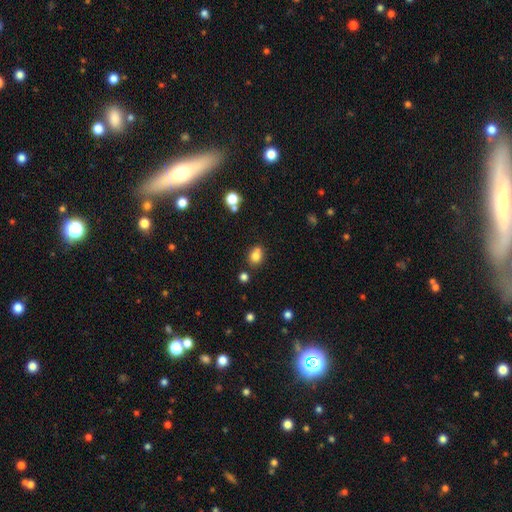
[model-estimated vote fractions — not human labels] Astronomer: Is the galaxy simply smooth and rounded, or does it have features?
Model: smooth — 80%.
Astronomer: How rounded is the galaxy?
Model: round — 51% (runner-up: in between, 48%).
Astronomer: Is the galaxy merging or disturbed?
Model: none — 64%.